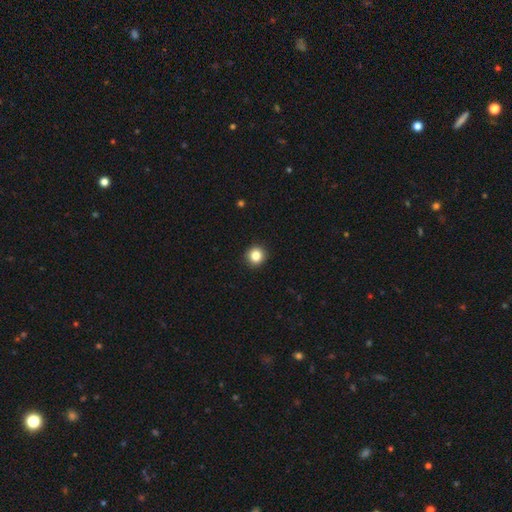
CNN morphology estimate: This is clearly a smooth galaxy (84%). How rounded: clearly round (93%). Merging: clearly none (93%).